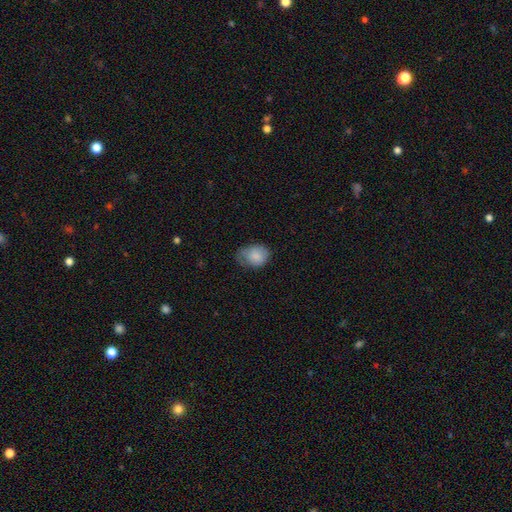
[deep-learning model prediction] The model was most divided on "merging": none: 42%, minor disturbance: 41%, major disturbance: 15%, merger: 2%. More confident: smooth or featured — smooth (83%); how rounded — in between (59%).